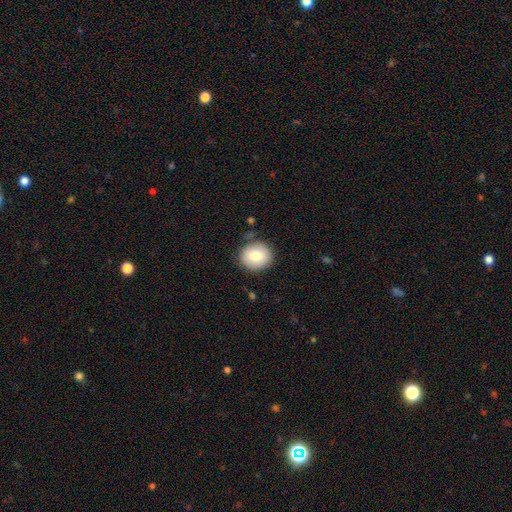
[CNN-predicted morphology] A smooth galaxy with no disk features (78%) that is round (84%).

Vote fractions:
- Smooth or featured? smooth: 78% / featured or disk: 14% / star or artifact: 8%
- How rounded? round: 84% / in between: 15% / cigar-shaped: 1%
- Merging? none: 83% / minor disturbance: 11% / major disturbance: 3% / merger: 3%